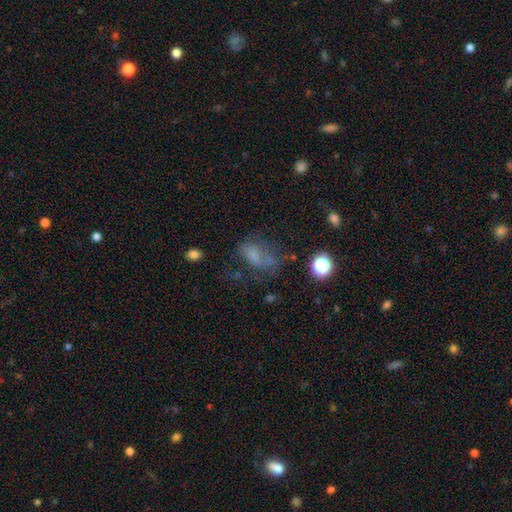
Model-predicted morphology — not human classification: smooth-or-featured: smooth: 54% | featured or disk: 24% | star or artifact: 23%
  how-rounded: in between: 78% | round: 18% | cigar-shaped: 4%
  merging: none: 40% | major disturbance: 29% | minor disturbance: 24% | merger: 8%